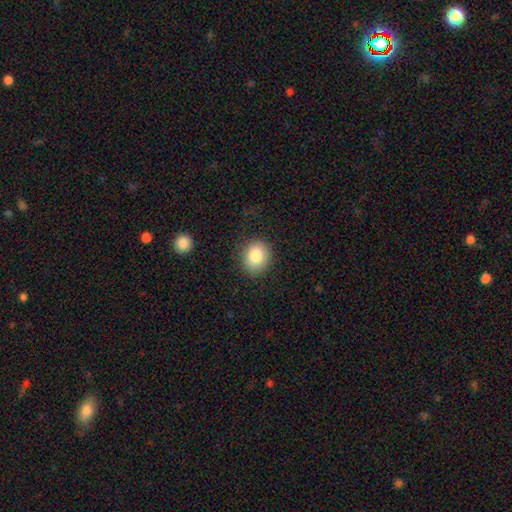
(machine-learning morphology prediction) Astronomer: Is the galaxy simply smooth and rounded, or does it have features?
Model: smooth — 85%.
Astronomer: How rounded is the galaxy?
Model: round — 61% (runner-up: in between, 38%).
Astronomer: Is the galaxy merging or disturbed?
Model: none — 83%.